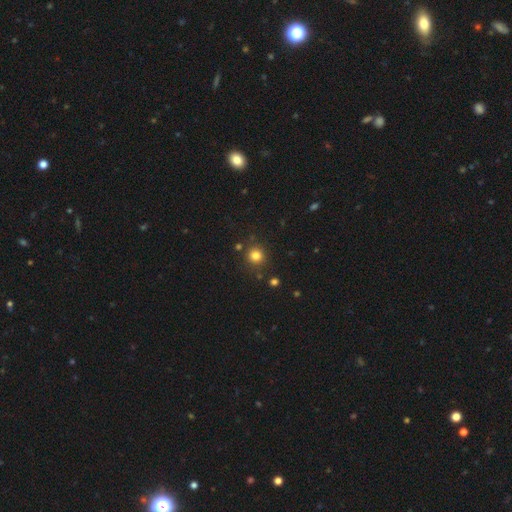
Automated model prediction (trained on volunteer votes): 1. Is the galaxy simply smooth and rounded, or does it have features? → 80% smooth, 14% star or artifact, 5% featured or disk.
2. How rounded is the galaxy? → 92% round, 7% in between, 1% cigar-shaped.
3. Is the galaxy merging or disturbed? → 85% none, 8% minor disturbance, 4% merger, 3% major disturbance.